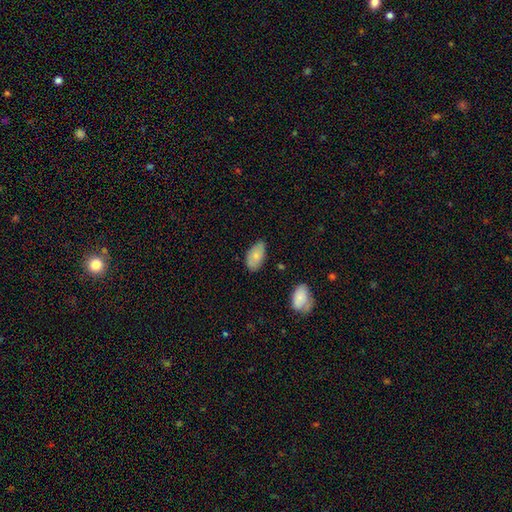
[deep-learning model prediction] This appears to be a smooth galaxy with no disk features (78%) that is in between round and cigar-shaped (94%). Merging: none (67%).